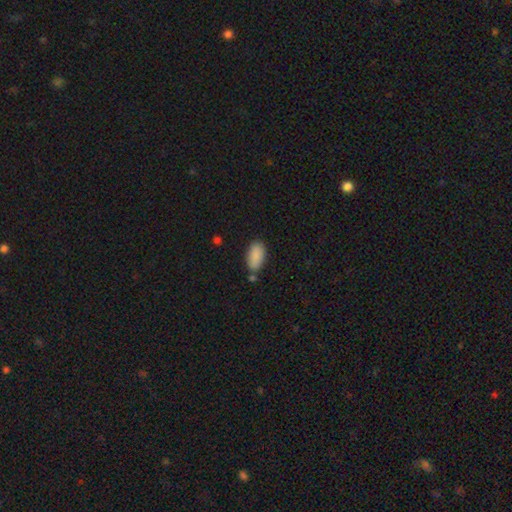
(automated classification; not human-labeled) Q: Smooth or featured?
A: smooth (89%); runner-up: star or artifact (7%)
Q: How rounded?
A: in between (93%); runner-up: cigar-shaped (4%)
Q: Merging?
A: none (73%); runner-up: minor disturbance (16%)